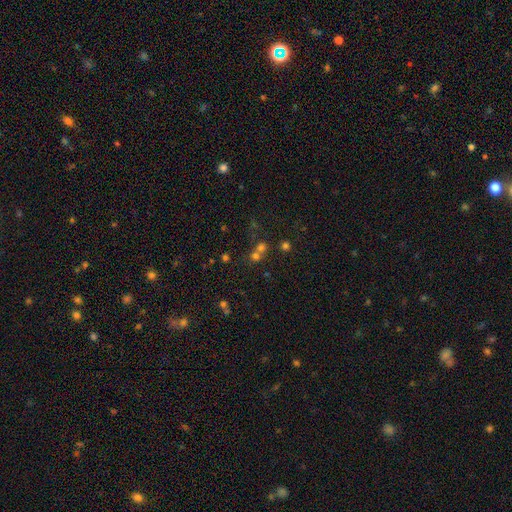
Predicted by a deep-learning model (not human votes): A smooth galaxy with no disk features (59%) that is round (84%). Merging: merger (45%, tied with none).